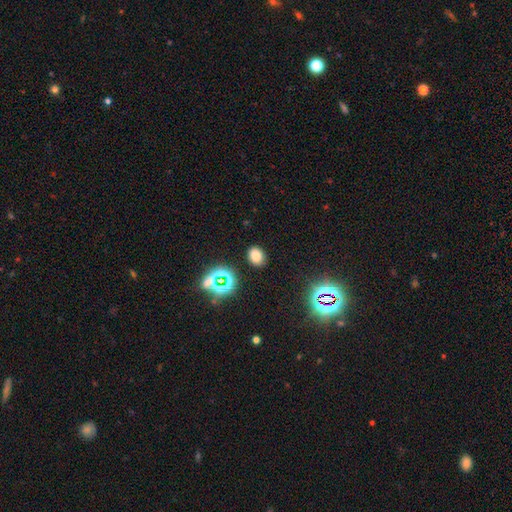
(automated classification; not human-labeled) A smooth galaxy with no disk features (71%) that is in between round and cigar-shaped (62%). Merging: none (85%).